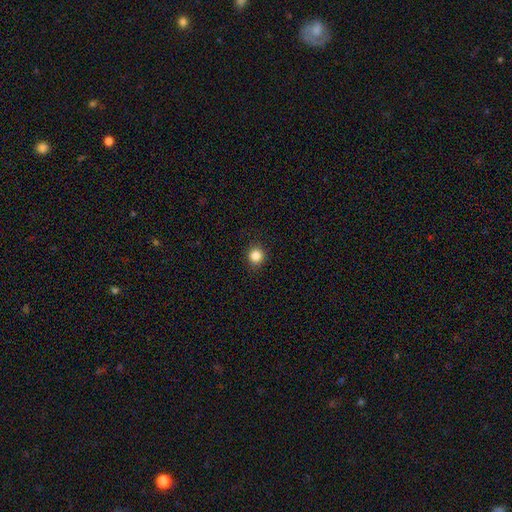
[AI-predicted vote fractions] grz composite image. It shows a smooth galaxy with no disk features (85%) that is round (90%). Merging: none (90%).